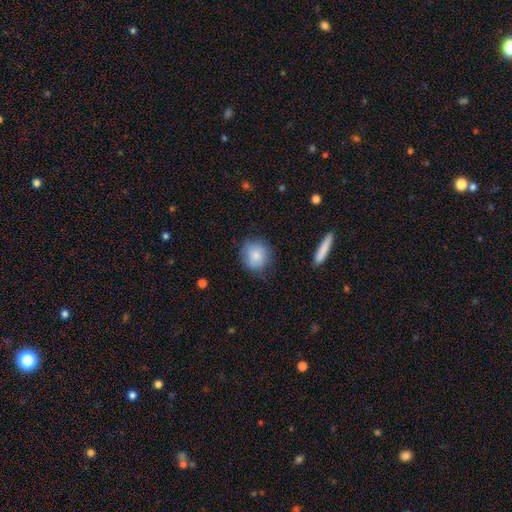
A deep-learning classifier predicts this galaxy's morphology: This appears to be a smooth galaxy with no disk features (83%) that is round (81%). Merging: none (76%).